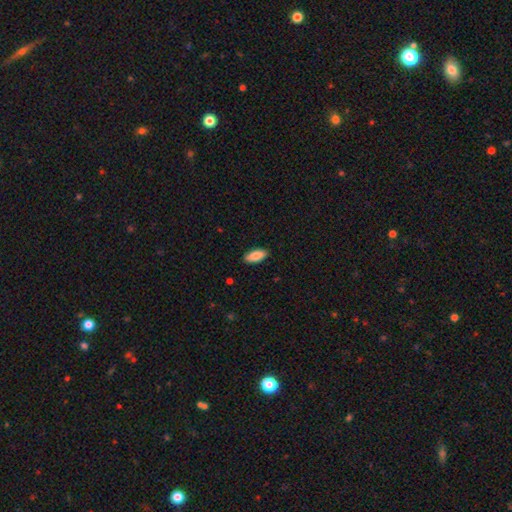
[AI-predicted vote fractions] Smooth or featured? smooth (86%)
How rounded? in between (86%)
Merging? none (89%)